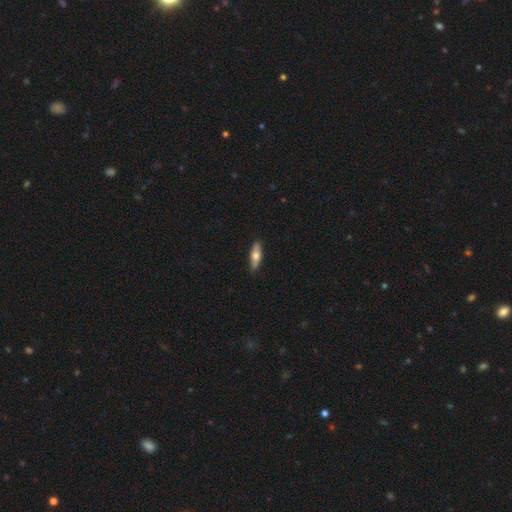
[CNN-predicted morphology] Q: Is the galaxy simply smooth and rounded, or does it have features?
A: smooth — 59%.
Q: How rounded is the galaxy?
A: in between — 52%.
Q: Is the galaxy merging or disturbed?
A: none — 86%.